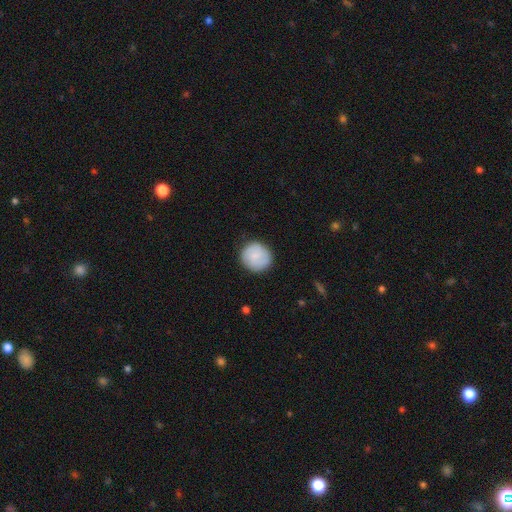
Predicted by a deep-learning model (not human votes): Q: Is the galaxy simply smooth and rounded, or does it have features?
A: smooth — 81%.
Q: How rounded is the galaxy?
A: round — 92%.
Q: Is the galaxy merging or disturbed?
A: none — 87%.